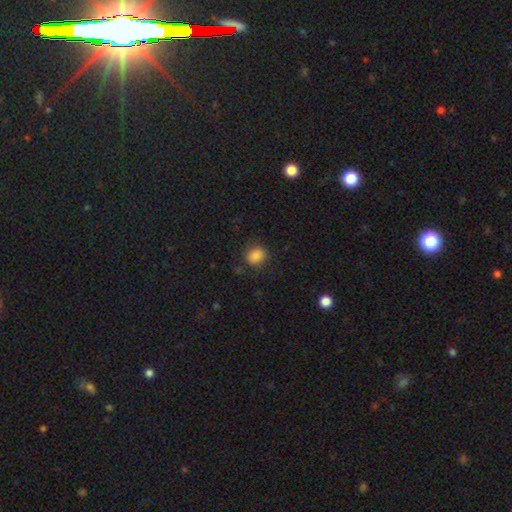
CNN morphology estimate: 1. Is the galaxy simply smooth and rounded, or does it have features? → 84% smooth, 10% star or artifact, 6% featured or disk.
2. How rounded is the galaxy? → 68% round, 31% in between, 1% cigar-shaped.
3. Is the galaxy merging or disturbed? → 80% none, 14% minor disturbance, 5% major disturbance, 1% merger.